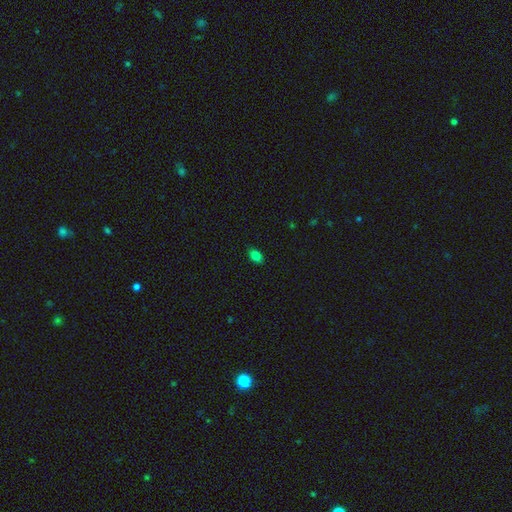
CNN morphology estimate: type=smooth (82%); roundness=in between (87%); merging=none (87%).